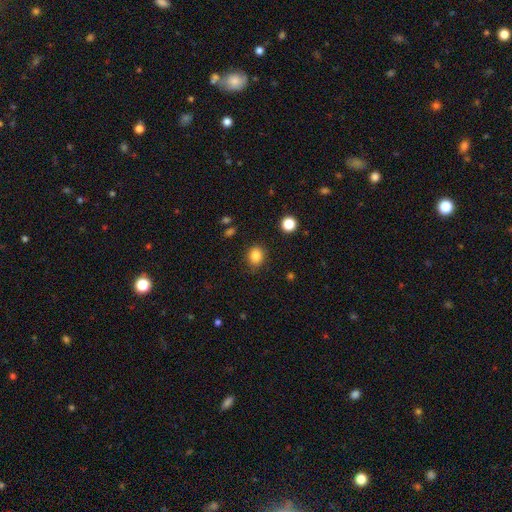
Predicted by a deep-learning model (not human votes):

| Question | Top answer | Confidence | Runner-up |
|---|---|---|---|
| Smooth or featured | smooth | 84% | star or artifact (11%) |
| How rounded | round | 61% | in between (38%) |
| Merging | none | 82% | minor disturbance (13%) |